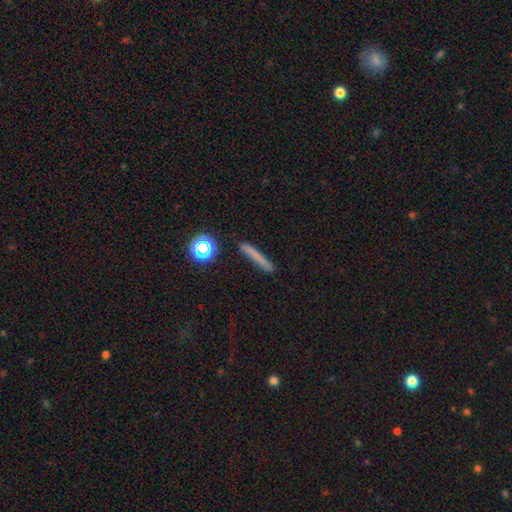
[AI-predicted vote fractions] smooth-or-featured: smooth: 67% | featured or disk: 19% | star or artifact: 13%
  how-rounded: cigar-shaped: 93% | in between: 4% | round: 4%
  merging: none: 86% | minor disturbance: 9% | major disturbance: 2% | merger: 2%